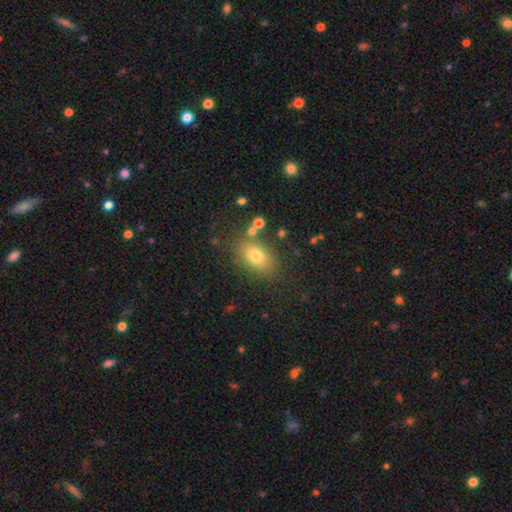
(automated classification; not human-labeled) A smooth galaxy with no disk features (77%) that is in between round and cigar-shaped (82%). Merging: none (78%).